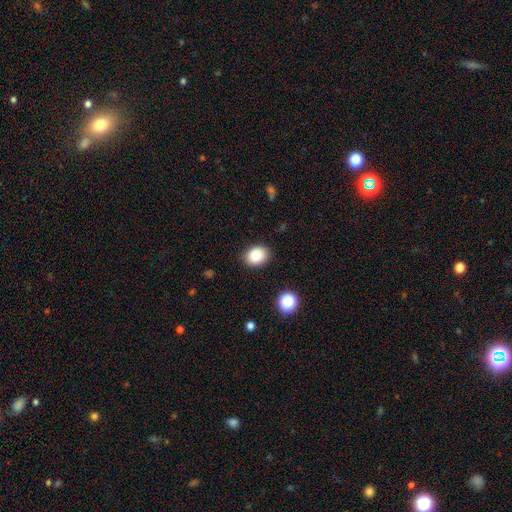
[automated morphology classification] Smooth or featured?
  - smooth: 85% *
  - star or artifact: 9%
  - featured or disk: 6%
How rounded?
  - in between: 56% *
  - round: 43%
  - cigar-shaped: 1%
Merging?
  - none: 85% *
  - minor disturbance: 11%
  - major disturbance: 2%
  - merger: 1%